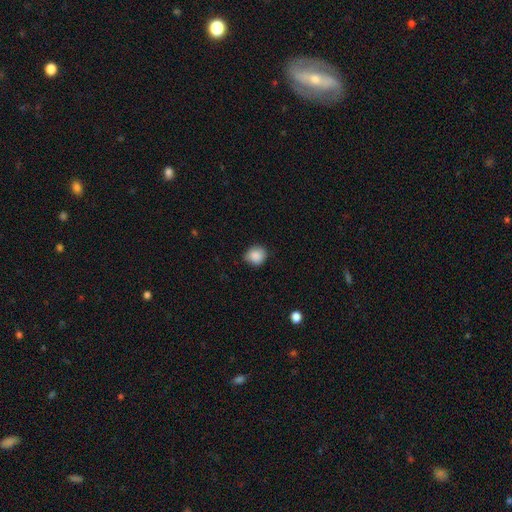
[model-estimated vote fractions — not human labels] smooth-or-featured: smooth: 88% | star or artifact: 8% | featured or disk: 4%
  how-rounded: round: 83% | in between: 16% | cigar-shaped: 1%
  merging: none: 80% | minor disturbance: 17% | major disturbance: 3% | merger: 1%